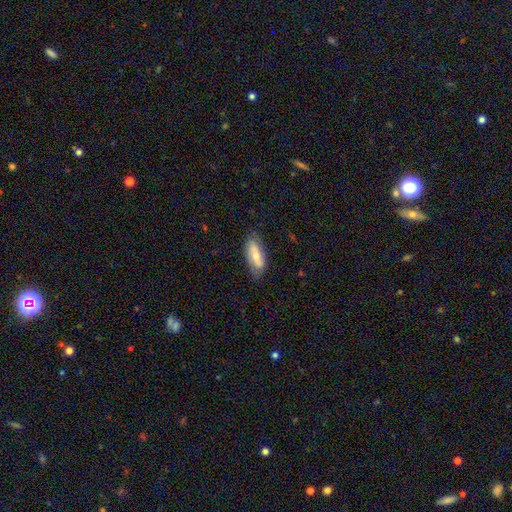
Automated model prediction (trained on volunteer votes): Smooth or featured?
  - featured or disk: 49% *
  - smooth: 45%
  - star or artifact: 6%
Merging?
  - none: 78% *
  - minor disturbance: 17%
  - major disturbance: 4%
  - merger: 1%